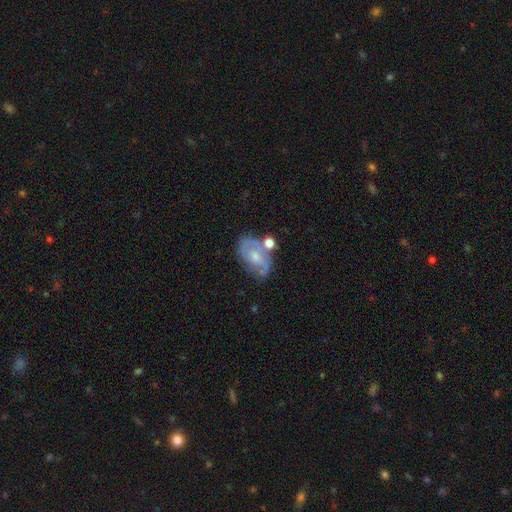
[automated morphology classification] The model was most divided on "bulge size": small: 48%, moderate: 41%, none: 6%, large: 3%, dominant: 1%. Remaining: edge-on disk — no (96%); spiral arms — yes (79%); smooth or featured — featured or disk (68%); bar — no (60%); spiral arm count — 2 (59%); merging — none (49%); spiral winding — medium (45%).